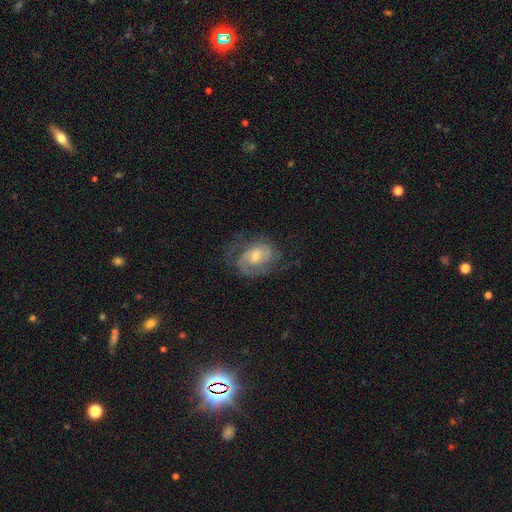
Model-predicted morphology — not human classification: Smooth or featured? Predicted: featured or disk (p=0.81). Edge-on disk? Predicted: no (p=0.97). Bar? Predicted: no (p=0.50). Spiral arms? Predicted: yes (p=0.93). Spiral winding? Predicted: medium (p=0.43). Spiral arm count? Predicted: 2 (p=0.57). Bulge size? Predicted: moderate (p=0.53). Merging? Predicted: none (p=0.63).